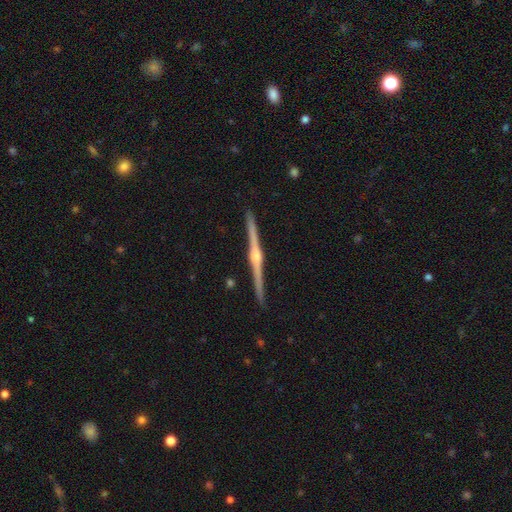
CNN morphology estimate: type=featured or disk (88%); edge-on=yes (99%); edge-on bulge=rounded (89%); merging=none (93%).